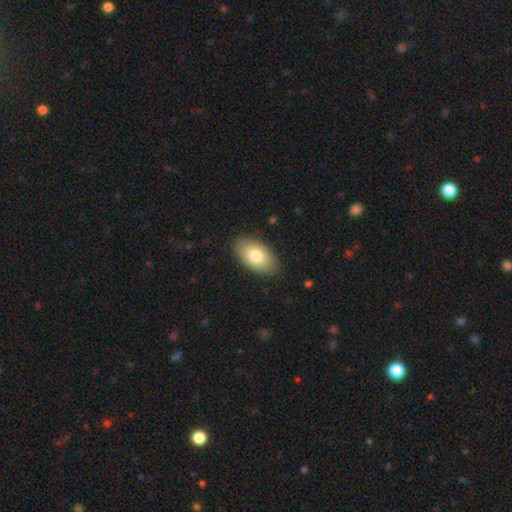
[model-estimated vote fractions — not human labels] Smooth or featured?
  - smooth: 78% *
  - featured or disk: 16%
  - star or artifact: 6%
How rounded?
  - in between: 94% *
  - round: 4%
  - cigar-shaped: 2%
Merging?
  - none: 85% *
  - minor disturbance: 11%
  - major disturbance: 2%
  - merger: 1%